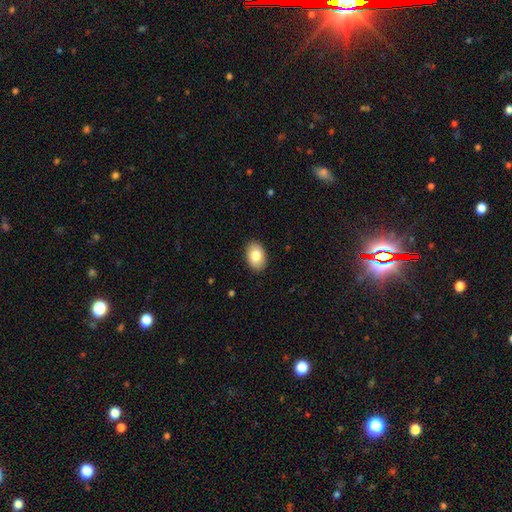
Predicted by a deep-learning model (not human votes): This appears to be a smooth galaxy with no disk features (82%) that is in between round and cigar-shaped (87%). Merging: none (90%).